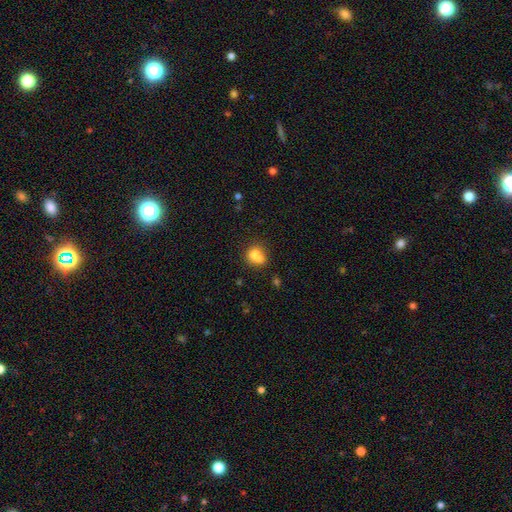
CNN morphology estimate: Smooth or featured? Predicted: smooth (p=0.74). How rounded? Predicted: round (p=0.60). Merging? Predicted: merger (p=0.47).